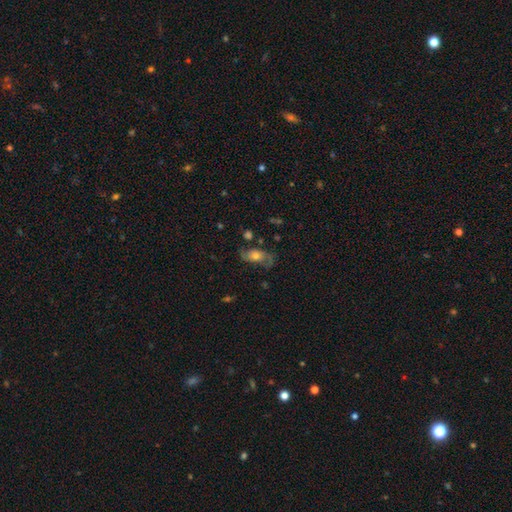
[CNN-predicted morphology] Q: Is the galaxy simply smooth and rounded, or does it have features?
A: featured or disk — 55%.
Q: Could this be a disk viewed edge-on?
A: no — 91%.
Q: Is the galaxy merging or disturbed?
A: none — 62%.